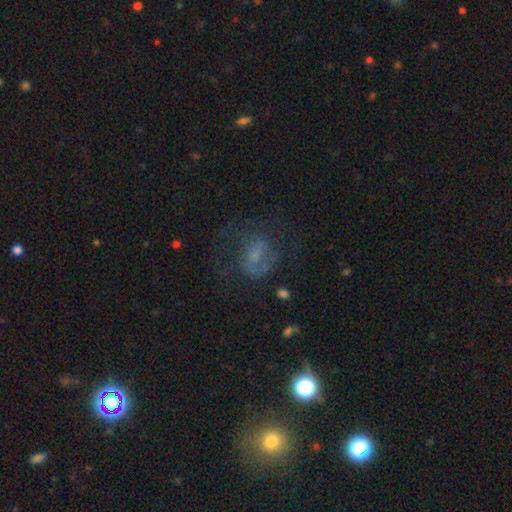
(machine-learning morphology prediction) Overall: featured or disk (50%; smooth 33%). Merging: none (49%; major disturbance 29%).